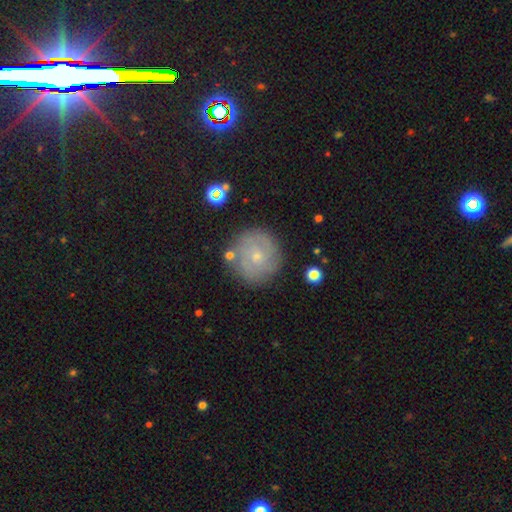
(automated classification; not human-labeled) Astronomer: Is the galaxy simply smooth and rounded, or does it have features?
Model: featured or disk — 54% (runner-up: smooth, 37%).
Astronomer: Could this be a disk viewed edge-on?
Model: no — 97%.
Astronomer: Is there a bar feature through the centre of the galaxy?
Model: no — 77%.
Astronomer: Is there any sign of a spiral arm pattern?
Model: yes — 77%.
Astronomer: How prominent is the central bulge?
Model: small — 76%.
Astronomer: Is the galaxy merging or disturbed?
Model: none — 80%.